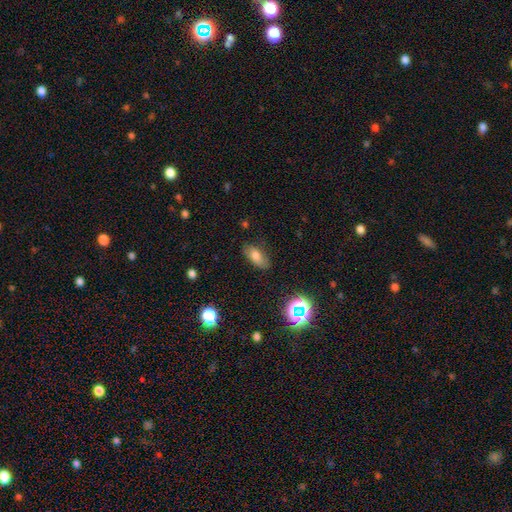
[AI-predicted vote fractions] Morphology: type=smooth (75%); roundness=in between (86%); merging=none (78%).